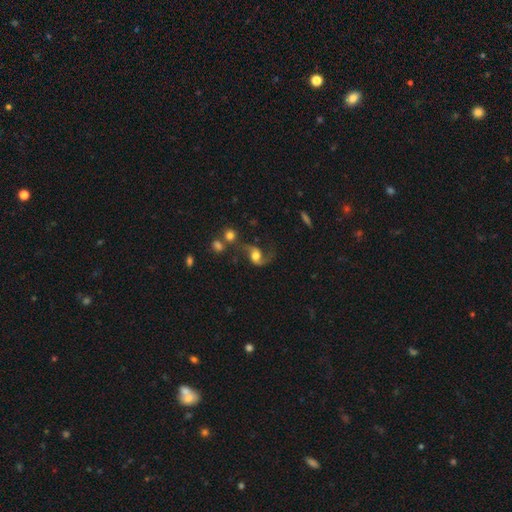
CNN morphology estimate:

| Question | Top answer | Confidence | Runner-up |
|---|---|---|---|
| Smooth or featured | featured or disk | 75% | smooth (17%) |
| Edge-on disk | no | 96% | yes (4%) |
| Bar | no | 56% | weak (33%) |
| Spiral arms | yes | 93% | no (7%) |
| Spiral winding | loose | 77% | medium (19%) |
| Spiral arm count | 2 | 88% | 1 (7%) |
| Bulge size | moderate | 50% | large (33%) |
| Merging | none | 56% | minor disturbance (17%) |